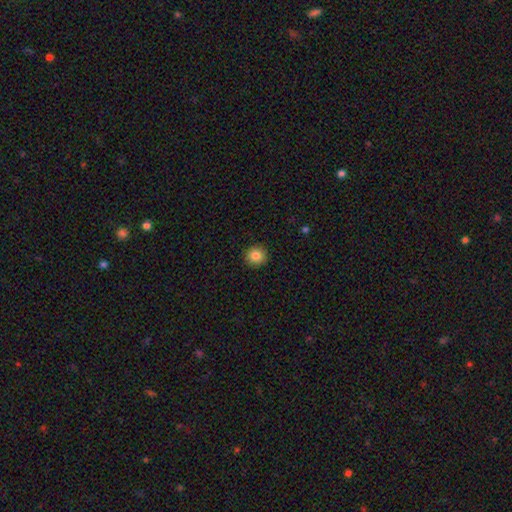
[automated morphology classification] smooth_or_featured: smooth (p=0.84) [alt: star or artifact p=0.10]
how_rounded: round (p=0.91) [alt: in between p=0.08]
merging: none (p=0.92) [alt: minor disturbance p=0.05]